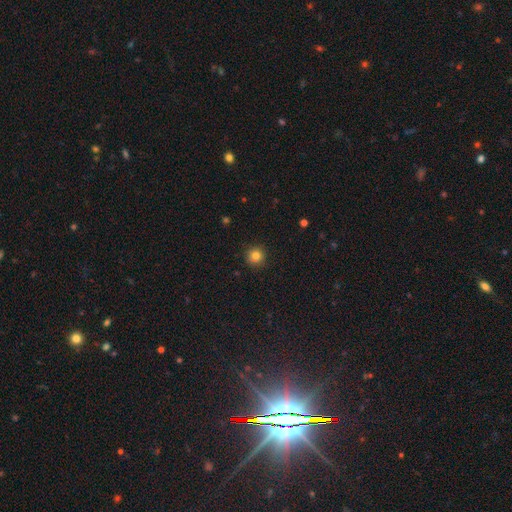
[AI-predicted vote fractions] This appears to be a smooth galaxy with no disk features (82%) that is round (95%). Merging: none (91%).